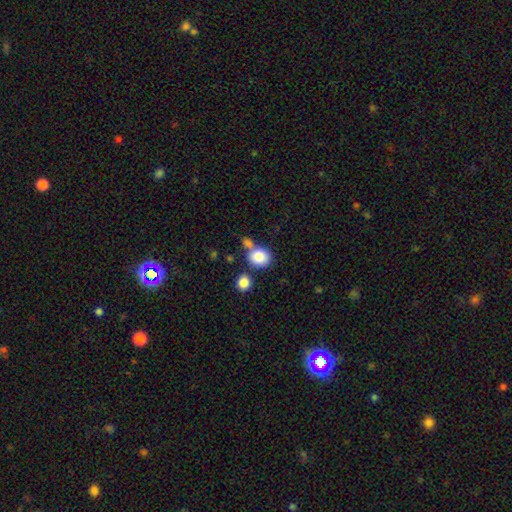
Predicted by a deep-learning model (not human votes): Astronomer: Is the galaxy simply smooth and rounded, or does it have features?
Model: smooth — 83%.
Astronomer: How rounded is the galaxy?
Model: round — 68%.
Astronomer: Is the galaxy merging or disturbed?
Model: none — 56%.